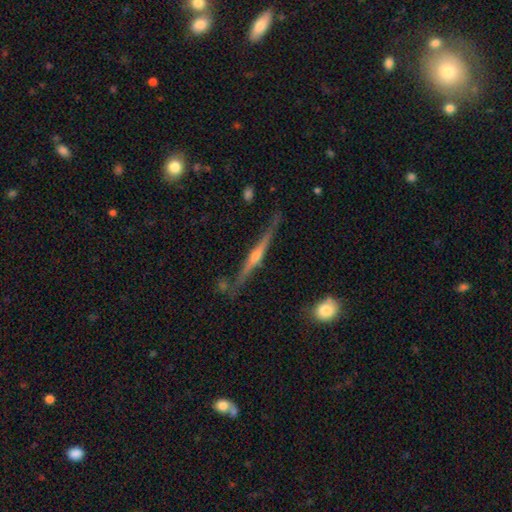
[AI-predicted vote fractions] Q: Smooth or featured?
A: featured or disk (84%); runner-up: smooth (10%)
Q: Edge-on disk?
A: yes (98%); runner-up: no (2%)
Q: Edge-on bulge?
A: rounded (88%); runner-up: none (8%)
Q: Merging?
A: none (83%); runner-up: minor disturbance (11%)